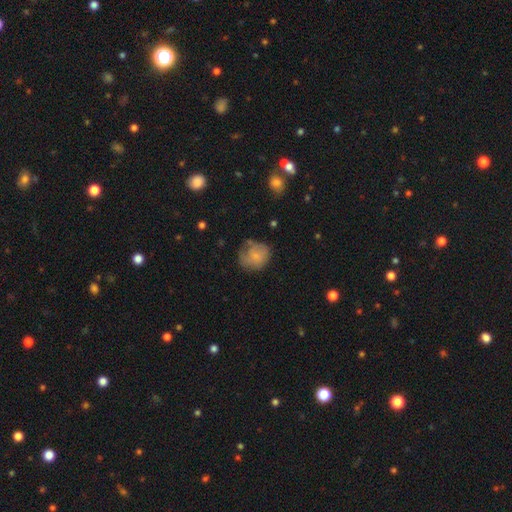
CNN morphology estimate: smooth_or_featured: smooth (p=0.66) [alt: featured or disk p=0.26]
how_rounded: round (p=0.74) [alt: in between p=0.25]
merging: none (p=0.51) [alt: minor disturbance p=0.30]